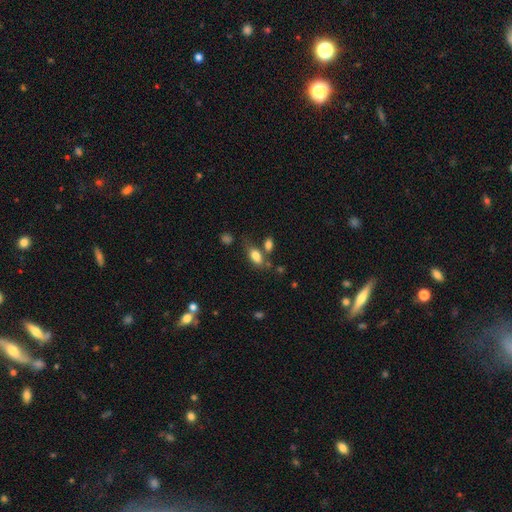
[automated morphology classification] Overall: smooth (80%). How rounded: in between (86%). Merging: none (55%; merger 20%).